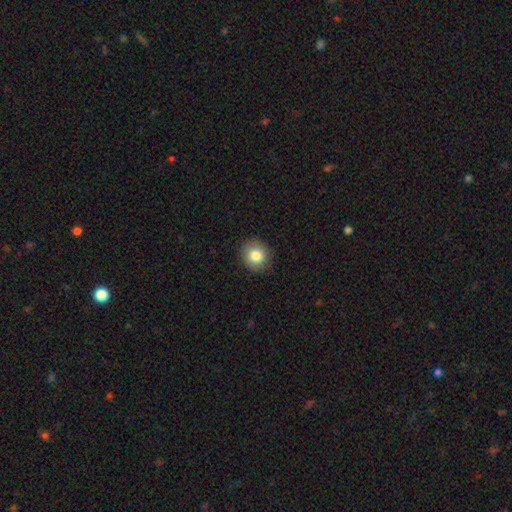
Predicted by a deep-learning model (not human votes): This appears to be a smooth galaxy with no disk features (82%) that is round (79%). Merging: none (90%).